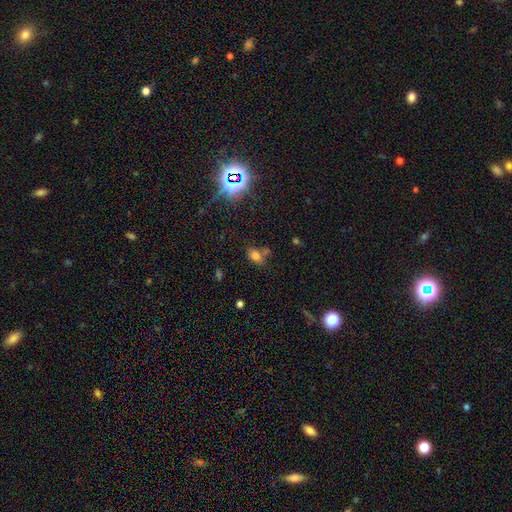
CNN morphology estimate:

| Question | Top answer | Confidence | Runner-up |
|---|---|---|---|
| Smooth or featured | smooth | 68% | star or artifact (21%) |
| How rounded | in between | 74% | round (23%) |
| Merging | none | 56% | merger (21%) |